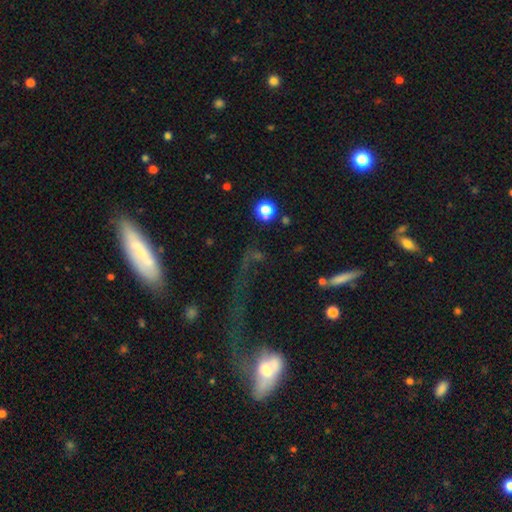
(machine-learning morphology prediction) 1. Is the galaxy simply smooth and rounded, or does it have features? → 45% smooth, 28% featured or disk, 27% star or artifact.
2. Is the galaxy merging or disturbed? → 54% none, 22% major disturbance, 12% merger, 12% minor disturbance.